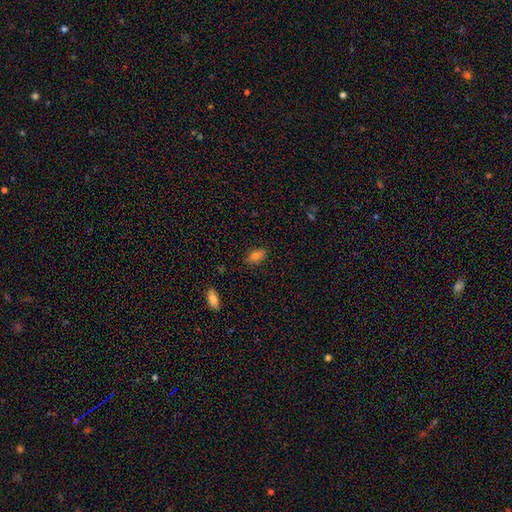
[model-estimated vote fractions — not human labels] smooth-or-featured: smooth: 77% | featured or disk: 12% | star or artifact: 11%
  how-rounded: in between: 87% | cigar-shaped: 8% | round: 5%
  merging: none: 85% | minor disturbance: 11% | major disturbance: 2% | merger: 1%